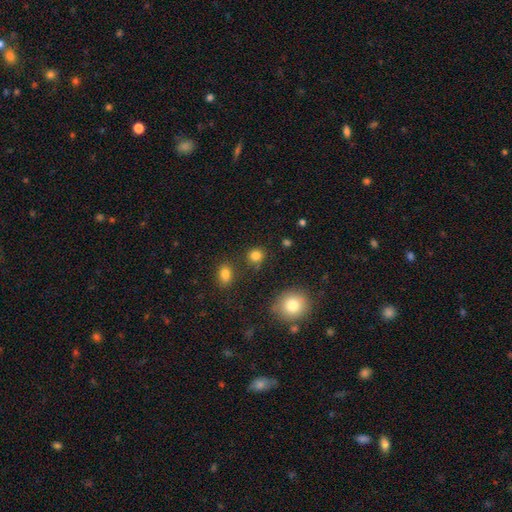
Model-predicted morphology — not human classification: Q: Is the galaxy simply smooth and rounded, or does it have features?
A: smooth — 83%.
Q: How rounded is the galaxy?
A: round — 83%.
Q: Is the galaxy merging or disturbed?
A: none — 80%.